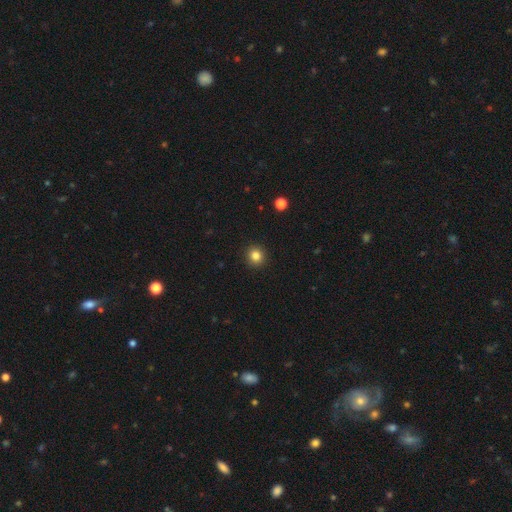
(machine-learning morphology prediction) smooth 84%, star or artifact 12%, featured or disk 5%. Down the decision tree: how rounded — round (92%); merging — none (93%).